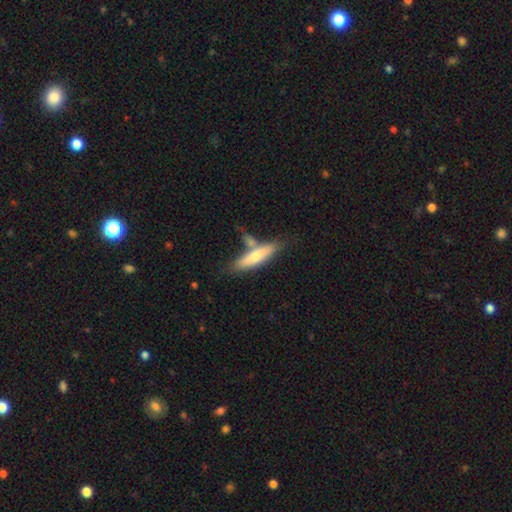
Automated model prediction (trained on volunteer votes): Smooth or featured? Predicted: smooth (p=0.64). How rounded? Predicted: cigar-shaped (p=0.70). Merging? Predicted: none (p=0.52).